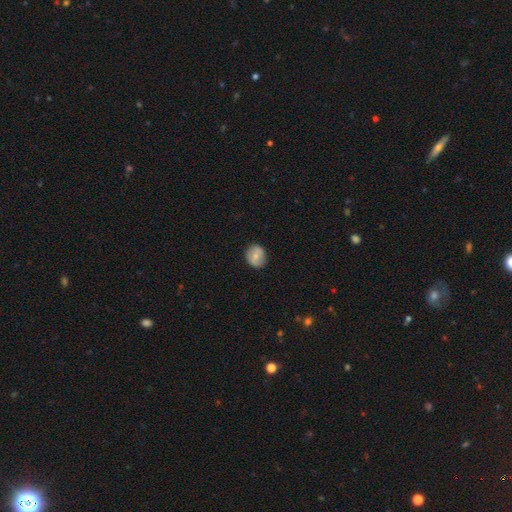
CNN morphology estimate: Smooth or featured: smooth — 65% (featured or disk — 27%)
How rounded: round — 67% (in between — 32%)
Merging: none — 84% (minor disturbance — 12%)